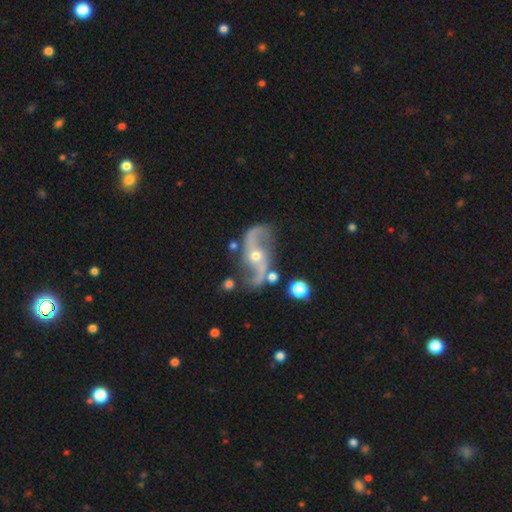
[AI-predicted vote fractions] Smooth or featured? Predicted: featured or disk (p=0.90). Edge-on disk? Predicted: no (p=0.96). Bar? Predicted: no (p=0.57). Spiral arms? Predicted: yes (p=0.96). Spiral winding? Predicted: loose (p=0.69). Spiral arm count? Predicted: 2 (p=0.93). Bulge size? Predicted: moderate (p=0.52). Merging? Predicted: none (p=0.66).